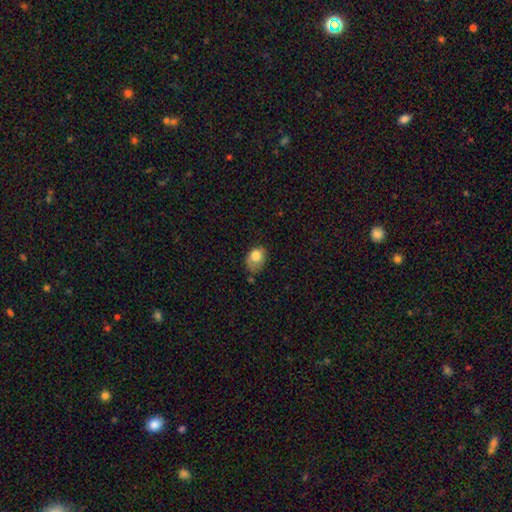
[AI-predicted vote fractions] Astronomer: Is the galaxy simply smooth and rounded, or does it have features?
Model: smooth — 81%.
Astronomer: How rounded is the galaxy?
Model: in between — 64%.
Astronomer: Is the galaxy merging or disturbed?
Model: none — 39%, tied with minor disturbance at 39%.